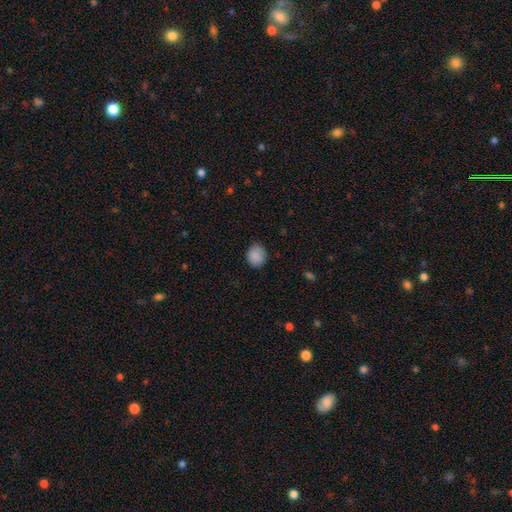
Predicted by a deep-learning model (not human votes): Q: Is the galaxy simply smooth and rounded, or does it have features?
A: smooth — 89%.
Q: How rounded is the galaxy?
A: round — 69%.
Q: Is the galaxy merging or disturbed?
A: none — 82%.